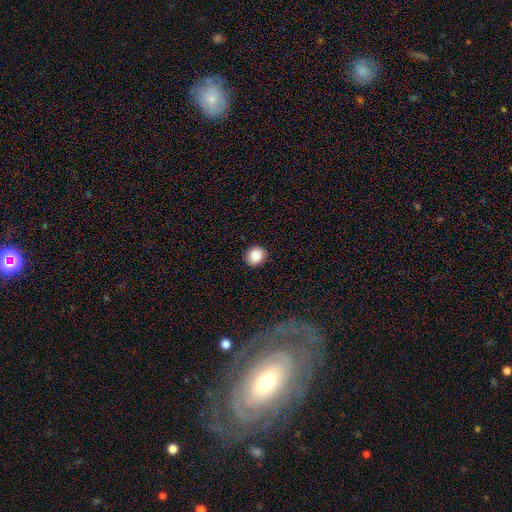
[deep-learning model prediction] A smooth galaxy with no disk features (87%) that is round (79%). Merging: none (90%).